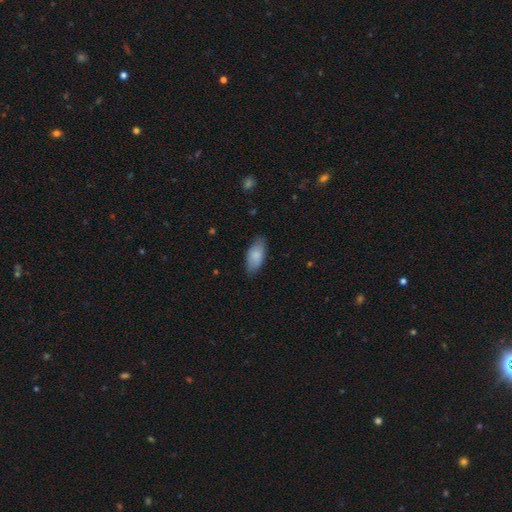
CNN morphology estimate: Smooth or featured?
  - smooth: 84% *
  - featured or disk: 10%
  - star or artifact: 6%
How rounded?
  - in between: 89% *
  - cigar-shaped: 9%
  - round: 2%
Merging?
  - none: 82% *
  - minor disturbance: 14%
  - major disturbance: 3%
  - merger: 1%